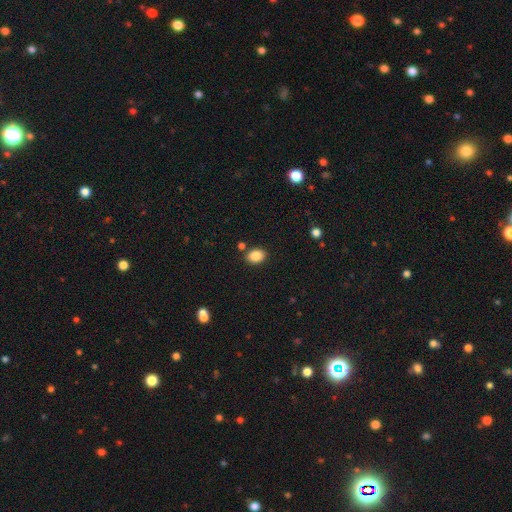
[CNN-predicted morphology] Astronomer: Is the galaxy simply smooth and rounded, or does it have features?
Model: smooth — 87%.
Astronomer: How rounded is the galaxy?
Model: in between — 68%.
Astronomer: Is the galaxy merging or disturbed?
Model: none — 83%.